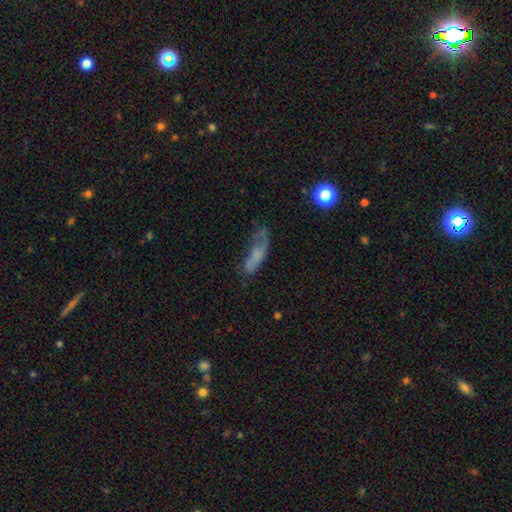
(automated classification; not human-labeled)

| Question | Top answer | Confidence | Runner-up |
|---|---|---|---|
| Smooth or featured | smooth | 53% | featured or disk (34%) |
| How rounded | in between | 51% | cigar-shaped (45%) |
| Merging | none | 37% | major disturbance (29%) |